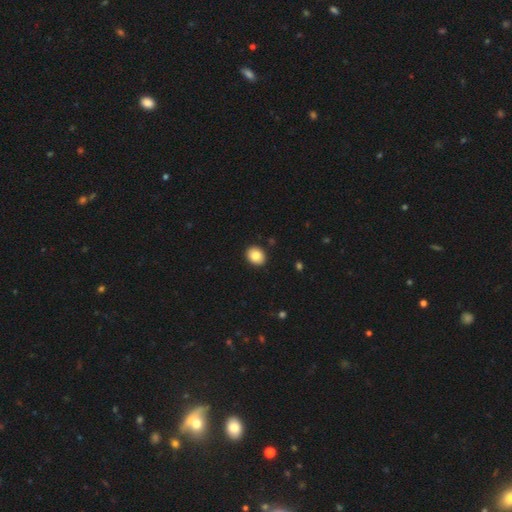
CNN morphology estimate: Smooth or featured? Predicted: smooth (p=0.85). How rounded? Predicted: round (p=0.52). Merging? Predicted: none (p=0.91).